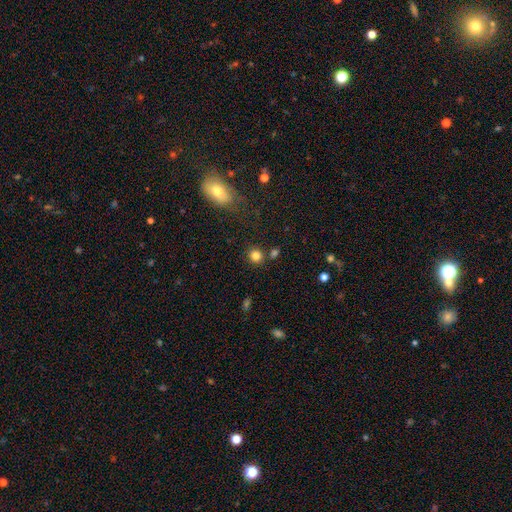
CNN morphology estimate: smooth 82%, star or artifact 12%, featured or disk 5%. Down the decision tree: how rounded — round (87%); merging — none (81%).